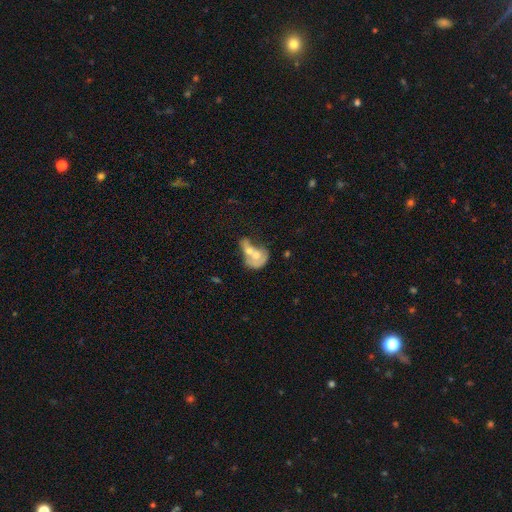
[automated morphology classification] Smooth or featured? Predicted: smooth (p=0.48). Merging? Predicted: merger (p=0.74).